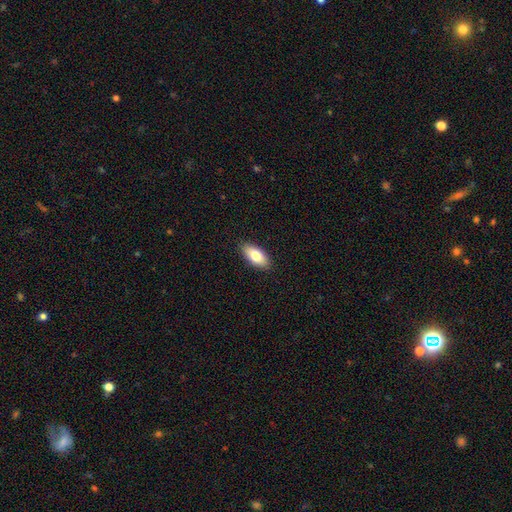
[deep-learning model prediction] smooth 80%, featured or disk 14%, star or artifact 6%. Down the decision tree: how rounded — in between (89%); merging — none (89%).